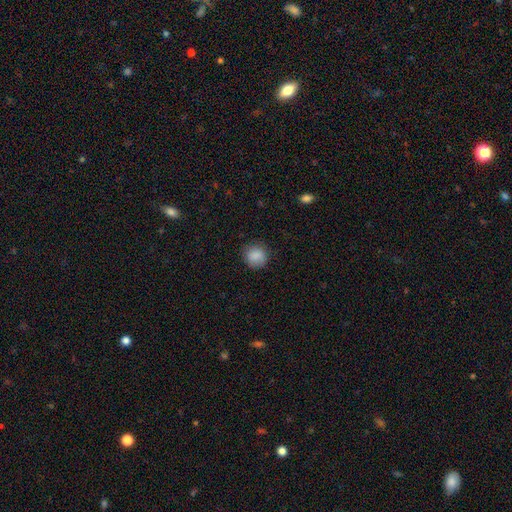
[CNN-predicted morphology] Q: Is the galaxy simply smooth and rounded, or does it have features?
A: smooth — 88%.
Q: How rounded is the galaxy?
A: round — 87%.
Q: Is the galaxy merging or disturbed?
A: none — 85%.